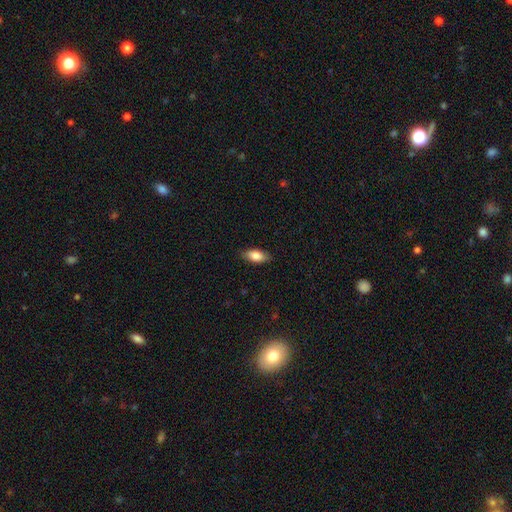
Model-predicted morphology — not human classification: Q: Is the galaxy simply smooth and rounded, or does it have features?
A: smooth — 83%.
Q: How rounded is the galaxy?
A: in between — 88%.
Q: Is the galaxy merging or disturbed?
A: none — 85%.